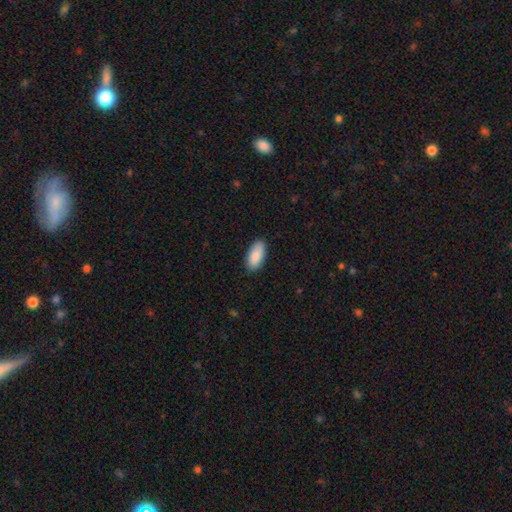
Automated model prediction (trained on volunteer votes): Smooth or featured?
  - smooth: 90% *
  - star or artifact: 6%
  - featured or disk: 5%
How rounded?
  - in between: 92% *
  - cigar-shaped: 6%
  - round: 2%
Merging?
  - none: 87% *
  - minor disturbance: 10%
  - major disturbance: 2%
  - merger: 1%